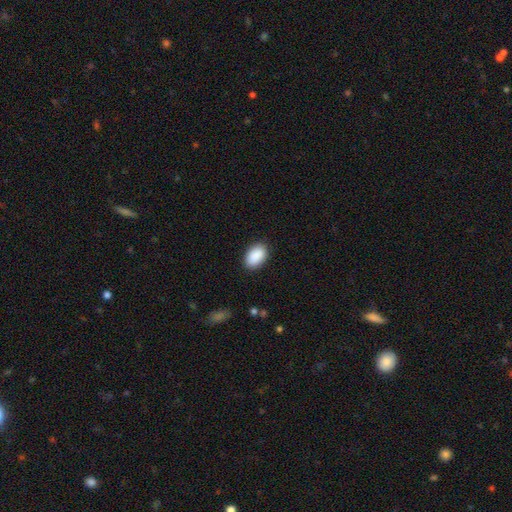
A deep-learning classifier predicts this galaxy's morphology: Smooth or featured?
  - smooth: 91% *
  - star or artifact: 6%
  - featured or disk: 3%
How rounded?
  - in between: 92% *
  - round: 7%
  - cigar-shaped: 1%
Merging?
  - none: 88% *
  - minor disturbance: 9%
  - major disturbance: 2%
  - merger: 1%